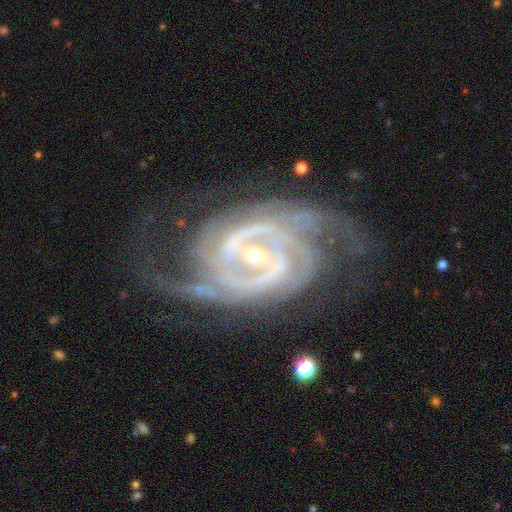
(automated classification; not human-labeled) Smooth or featured?
  - featured or disk: 92% *
  - star or artifact: 5%
  - smooth: 3%
Edge-on disk?
  - no: 97% *
  - yes: 3%
Bar?
  - weak: 37% *
  - strong: 34%
  - no: 29%
Spiral arms?
  - yes: 98% *
  - no: 2%
Spiral winding?
  - tight: 59% *
  - medium: 35%
  - loose: 7%
Spiral arm count?
  - 2: 41% *
  - 3: 19%
  - can't tell: 15%
  - 4: 11%
  - more than 4: 7%
  - 1: 6%
Bulge size?
  - small: 73% *
  - moderate: 24%
  - large: 1%
  - none: 1%
  - dominant: 1%
Merging?
  - none: 64% *
  - minor disturbance: 20%
  - major disturbance: 15%
  - merger: 2%